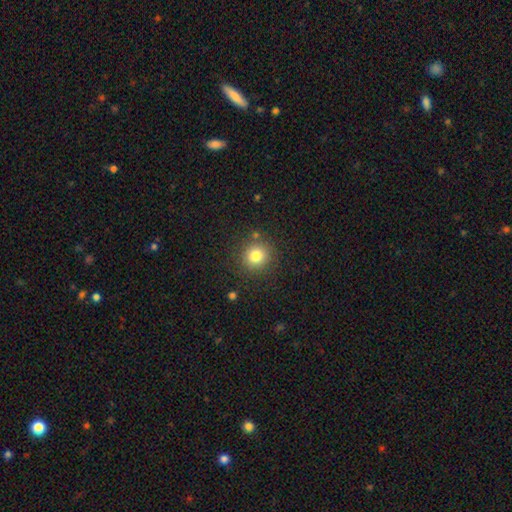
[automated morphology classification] smooth_or_featured: smooth (p=0.80) [alt: star or artifact p=0.12]
how_rounded: round (p=0.91) [alt: in between p=0.08]
merging: none (p=0.85) [alt: minor disturbance p=0.08]